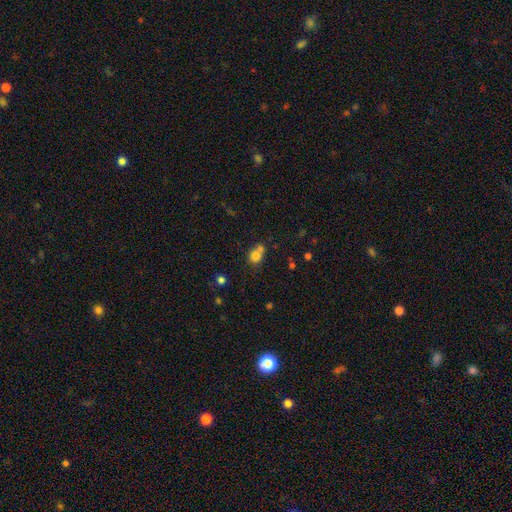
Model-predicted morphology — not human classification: Smooth or featured?
  - smooth: 76% *
  - star or artifact: 13%
  - featured or disk: 11%
How rounded?
  - round: 73% *
  - in between: 26%
  - cigar-shaped: 1%
Merging?
  - merger: 43% *
  - none: 41%
  - minor disturbance: 11%
  - major disturbance: 5%